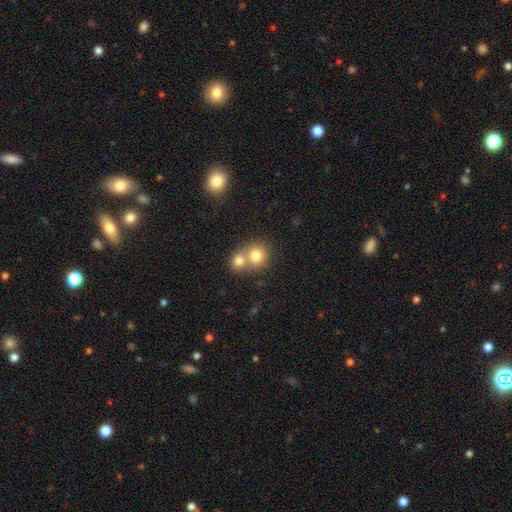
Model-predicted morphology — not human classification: Smooth or featured? Predicted: smooth (p=0.78). How rounded? Predicted: round (p=0.83). Merging? Predicted: merger (p=0.62).